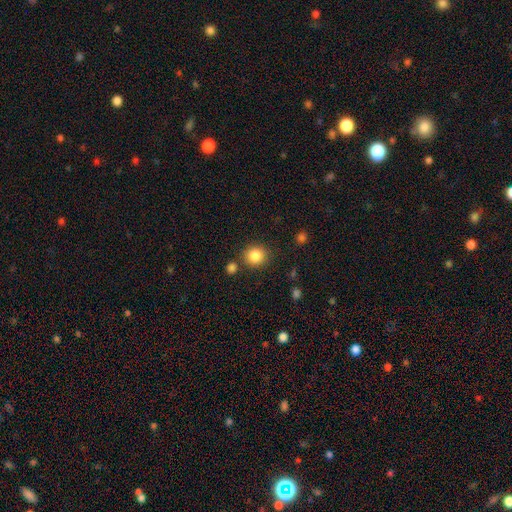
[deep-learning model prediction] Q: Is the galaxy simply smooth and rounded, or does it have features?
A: smooth — 86%.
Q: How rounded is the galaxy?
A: round — 86%.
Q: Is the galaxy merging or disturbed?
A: none — 82%.